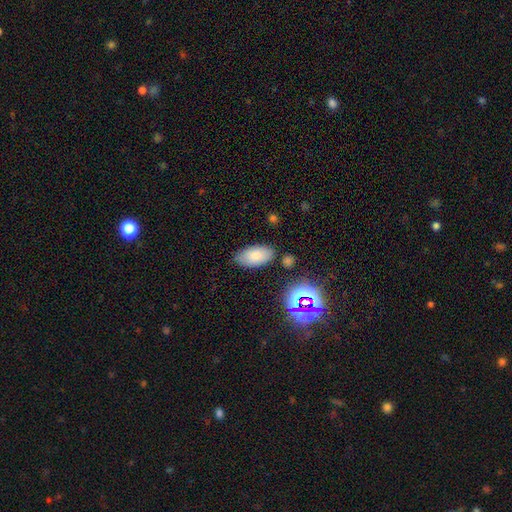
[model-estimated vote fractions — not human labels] Smooth or featured?
  - smooth: 80% *
  - featured or disk: 10%
  - star or artifact: 10%
How rounded?
  - in between: 94% *
  - round: 3%
  - cigar-shaped: 2%
Merging?
  - none: 80% *
  - minor disturbance: 13%
  - merger: 3%
  - major disturbance: 3%